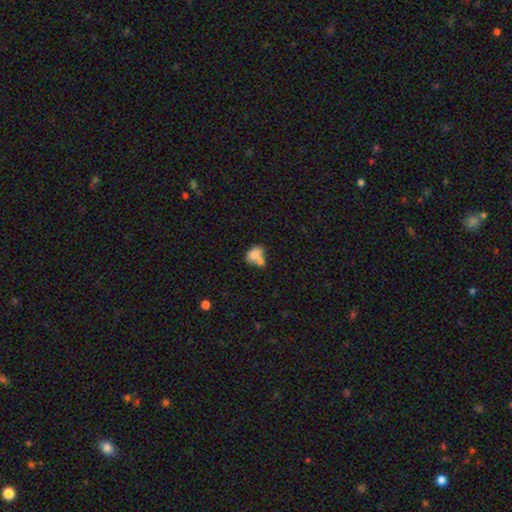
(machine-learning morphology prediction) Smooth or featured? Predicted: smooth (p=0.76). How rounded? Predicted: in between (p=0.78). Merging? Predicted: merger (p=0.58).